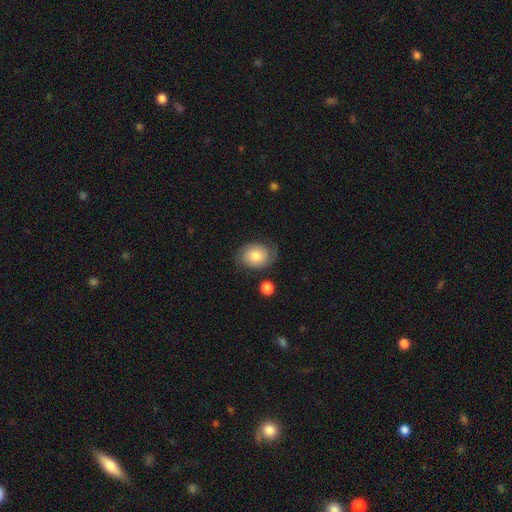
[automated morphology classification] Overall: smooth (51%; featured or disk 40%). How rounded: in between (53%; round 46%). Merging: none (65%).